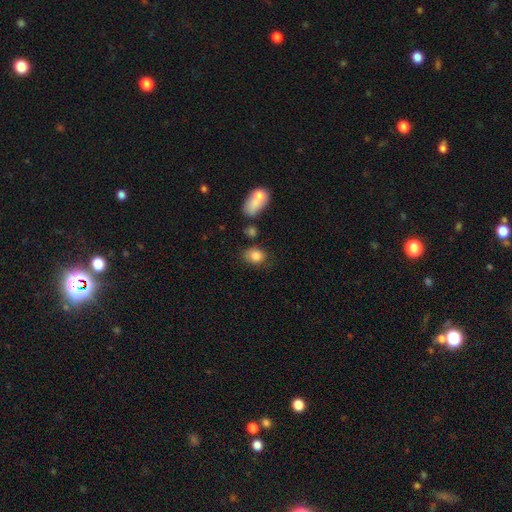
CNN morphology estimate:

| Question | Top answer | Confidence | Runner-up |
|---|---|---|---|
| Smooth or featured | smooth | 83% | star or artifact (10%) |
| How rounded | in between | 58% | round (41%) |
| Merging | none | 67% | minor disturbance (19%) |